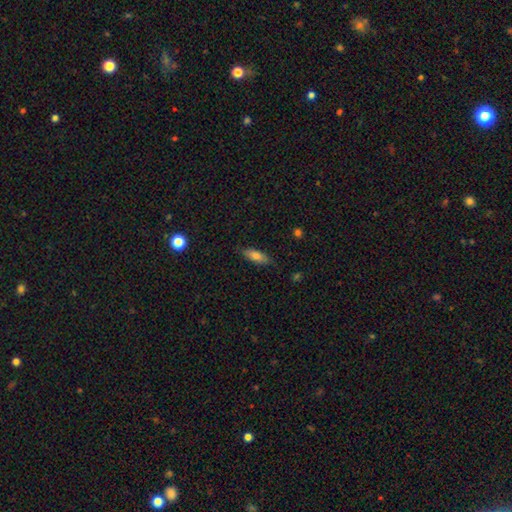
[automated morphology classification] Q: Smooth or featured?
A: smooth (80%); runner-up: featured or disk (13%)
Q: How rounded?
A: in between (66%); runner-up: cigar-shaped (32%)
Q: Merging?
A: none (82%); runner-up: minor disturbance (14%)